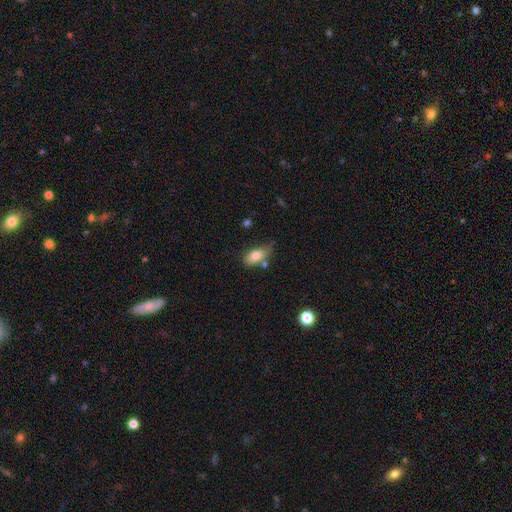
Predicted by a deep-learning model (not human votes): Smooth or featured? Predicted: smooth (p=0.79). How rounded? Predicted: in between (p=0.88). Merging? Predicted: none (p=0.56).